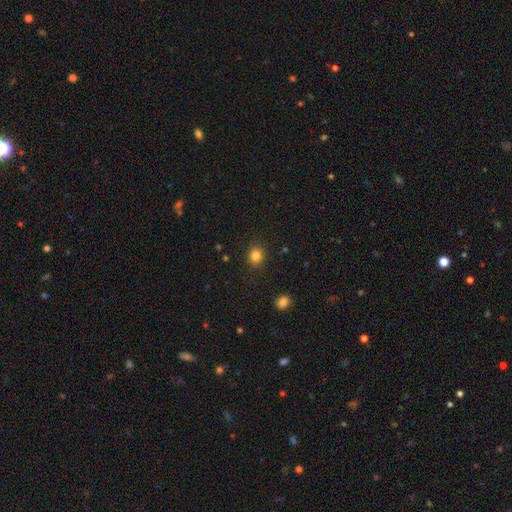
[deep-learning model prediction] A smooth galaxy with no disk features (84%) that is round (79%). Merging: none (90%).